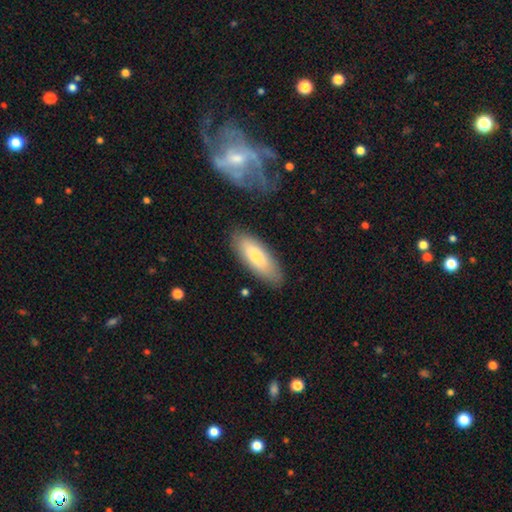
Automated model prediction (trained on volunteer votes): Smooth or featured?
  - smooth: 73% *
  - featured or disk: 21%
  - star or artifact: 6%
How rounded?
  - in between: 67% *
  - cigar-shaped: 31%
  - round: 2%
Merging?
  - none: 83% *
  - minor disturbance: 12%
  - major disturbance: 3%
  - merger: 2%